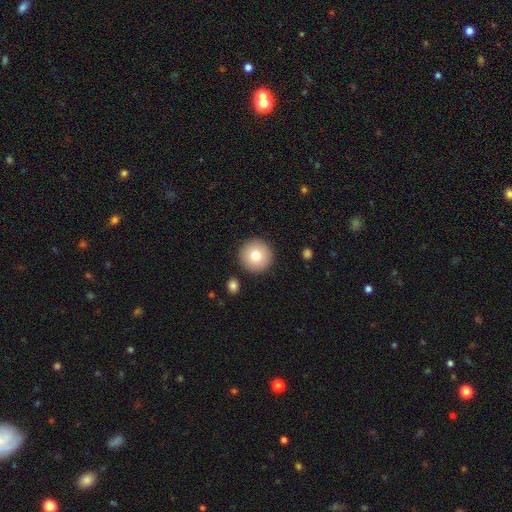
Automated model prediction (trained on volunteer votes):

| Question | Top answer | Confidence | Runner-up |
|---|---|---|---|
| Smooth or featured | smooth | 76% | featured or disk (14%) |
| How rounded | round | 96% | in between (3%) |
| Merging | none | 91% | minor disturbance (5%) |